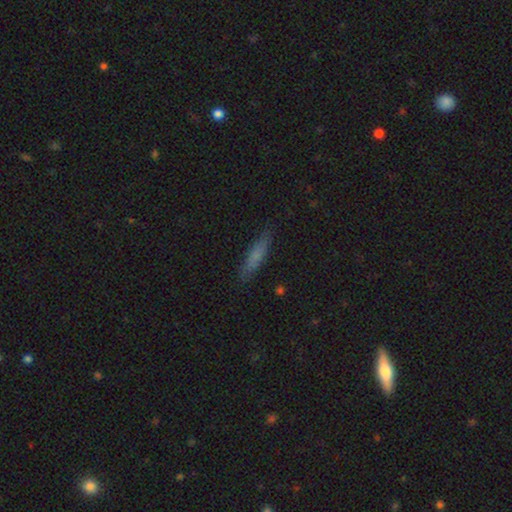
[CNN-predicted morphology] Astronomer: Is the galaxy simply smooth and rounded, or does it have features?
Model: smooth — 69%.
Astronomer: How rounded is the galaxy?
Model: cigar-shaped — 82%.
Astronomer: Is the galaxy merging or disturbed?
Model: none — 85%.